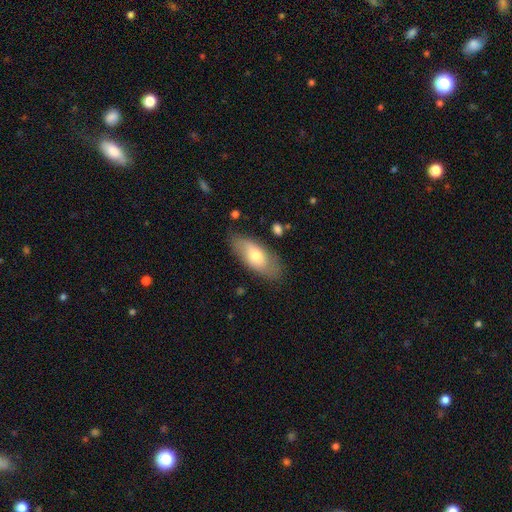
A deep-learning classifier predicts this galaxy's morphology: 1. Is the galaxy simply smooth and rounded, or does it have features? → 65% smooth, 28% featured or disk, 6% star or artifact.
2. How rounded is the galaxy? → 85% in between, 12% cigar-shaped, 3% round.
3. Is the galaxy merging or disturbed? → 78% none, 16% minor disturbance, 4% major disturbance, 2% merger.